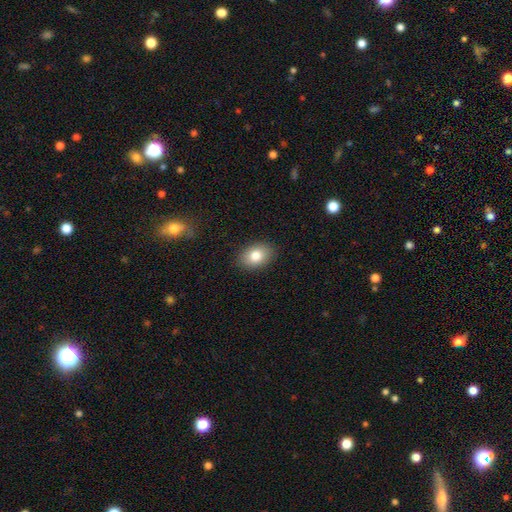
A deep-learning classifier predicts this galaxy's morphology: type=smooth (82%); roundness=in between (80%); merging=none (88%).